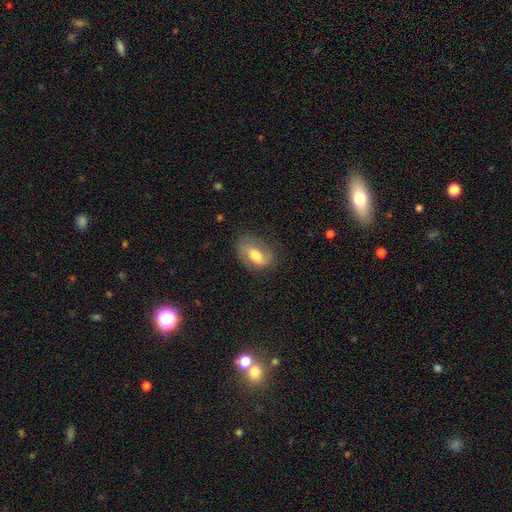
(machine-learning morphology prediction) Q: Smooth or featured?
A: smooth (62%); runner-up: featured or disk (30%)
Q: How rounded?
A: in between (86%); runner-up: round (12%)
Q: Merging?
A: none (68%); runner-up: minor disturbance (22%)